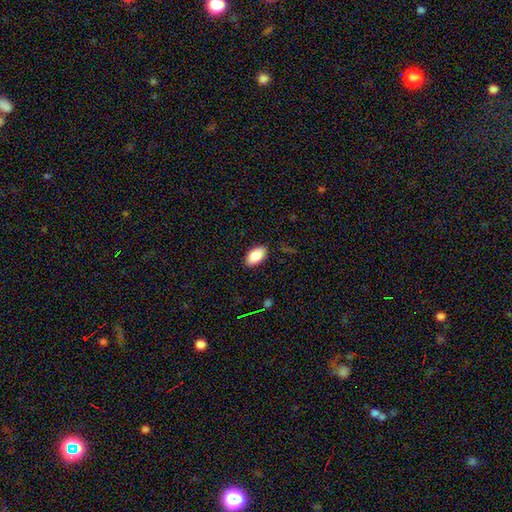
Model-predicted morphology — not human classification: smooth 88%, star or artifact 7%, featured or disk 5%. Down the decision tree: how rounded — in between (94%); merging — none (87%).